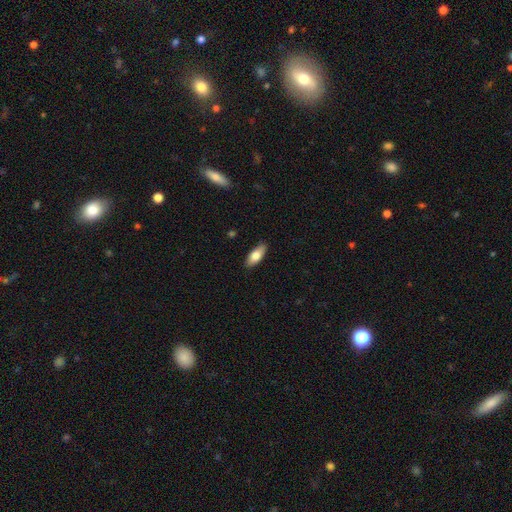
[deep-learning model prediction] Smooth or featured: smooth — 76% (featured or disk — 18%)
How rounded: in between — 77% (cigar-shaped — 21%)
Merging: none — 87% (minor disturbance — 10%)